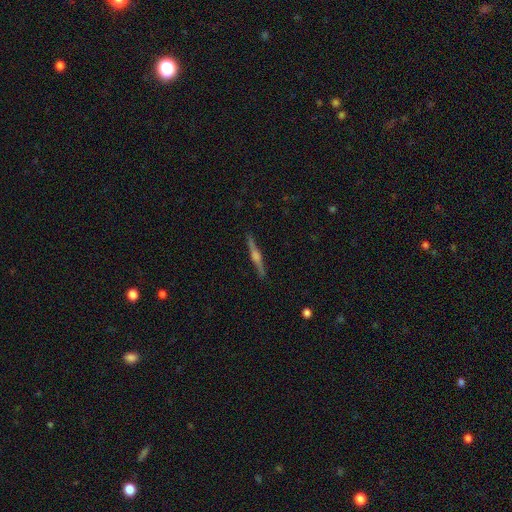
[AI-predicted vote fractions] A featured or disk galaxy (79%) viewed edge-on (98%) with a rounded central bulge (88%). Merging: none (91%).